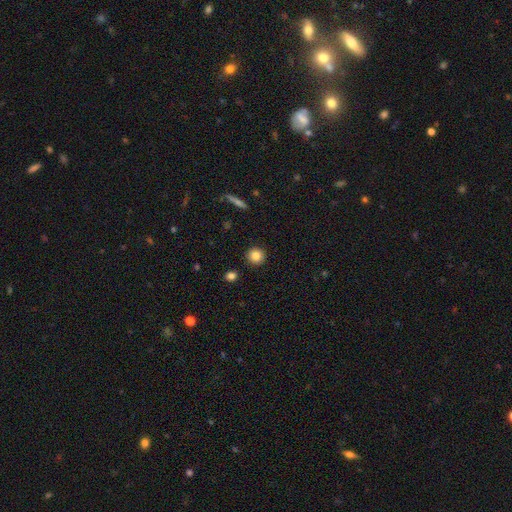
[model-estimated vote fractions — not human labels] Q: Smooth or featured?
A: smooth (84%); runner-up: star or artifact (9%)
Q: How rounded?
A: round (93%); runner-up: in between (6%)
Q: Merging?
A: none (92%); runner-up: minor disturbance (5%)